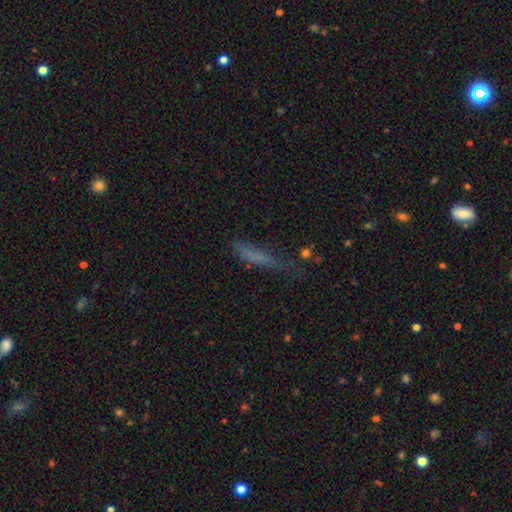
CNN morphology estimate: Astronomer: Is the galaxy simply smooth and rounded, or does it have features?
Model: smooth — 64%.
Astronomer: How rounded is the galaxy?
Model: cigar-shaped — 87%.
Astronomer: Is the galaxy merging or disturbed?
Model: none — 50% (runner-up: minor disturbance, 28%).